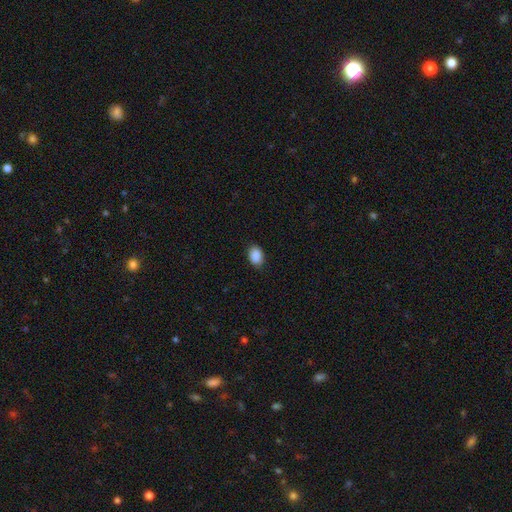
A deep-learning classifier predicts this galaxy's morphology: Smooth or featured? Predicted: smooth (p=0.90). How rounded? Predicted: in between (p=0.82). Merging? Predicted: none (p=0.88).